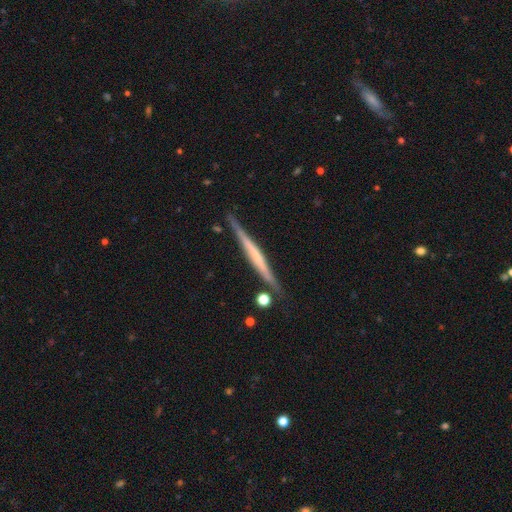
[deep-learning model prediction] smooth_or_featured: featured or disk (p=0.66) [alt: smooth p=0.28]
disk_edge_on: yes (p=0.98) [alt: no p=0.02]
edge_on_bulge: none (p=0.66) [alt: rounded p=0.19]
merging: none (p=0.85) [alt: minor disturbance p=0.10]